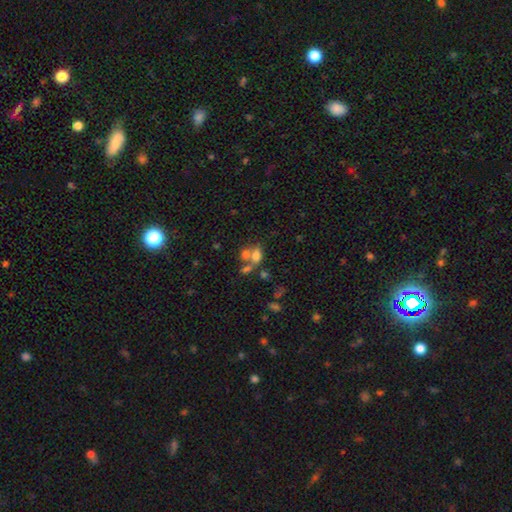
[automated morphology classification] This appears to be a smooth galaxy with no disk features (66%) that is in between round and cigar-shaped (71%). Merging: merger (49%).